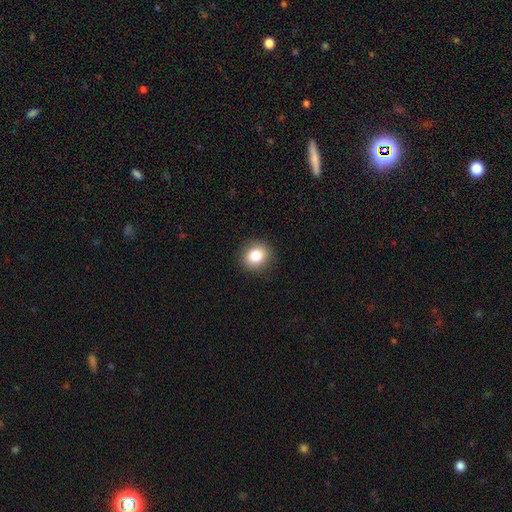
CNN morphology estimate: smooth-or-featured: smooth: 84% | star or artifact: 10% | featured or disk: 7%
  how-rounded: round: 75% | in between: 24% | cigar-shaped: 1%
  merging: none: 90% | minor disturbance: 7% | major disturbance: 2% | merger: 1%